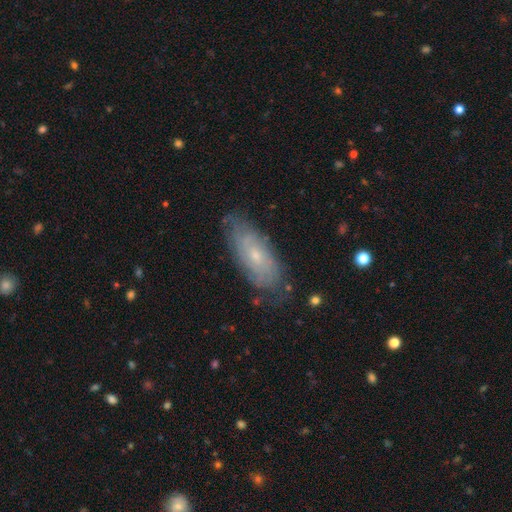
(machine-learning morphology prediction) Overall: featured or disk (60%; smooth 33%). Edge-on disk: no (85%). Bar: no (77%). Spiral arms: yes (78%). Bulge size: small (66%; moderate 29%). Merging: none (72%).